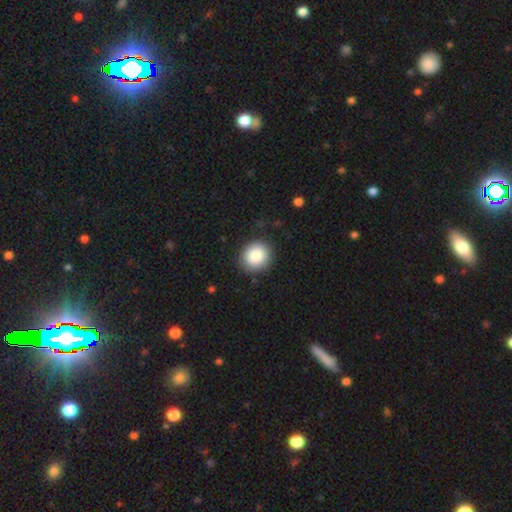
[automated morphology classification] Smooth or featured?
  - smooth: 87% *
  - star or artifact: 8%
  - featured or disk: 5%
How rounded?
  - round: 83% *
  - in between: 16%
  - cigar-shaped: 1%
Merging?
  - none: 87% *
  - minor disturbance: 9%
  - major disturbance: 3%
  - merger: 1%